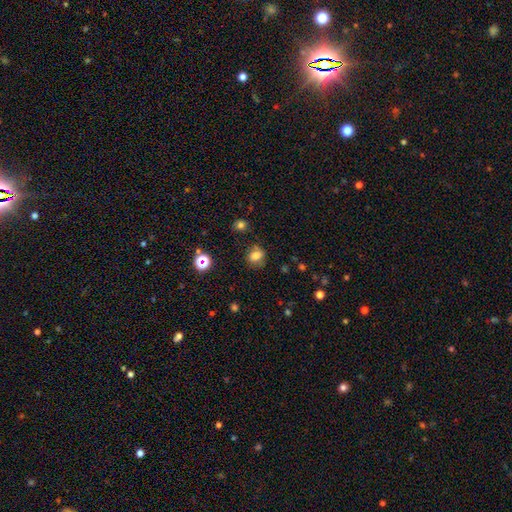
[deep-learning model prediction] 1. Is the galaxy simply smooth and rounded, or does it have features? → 72% smooth, 16% star or artifact, 13% featured or disk.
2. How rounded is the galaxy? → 59% round, 40% in between, 1% cigar-shaped.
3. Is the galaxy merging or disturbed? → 75% none, 17% minor disturbance, 5% major disturbance, 3% merger.